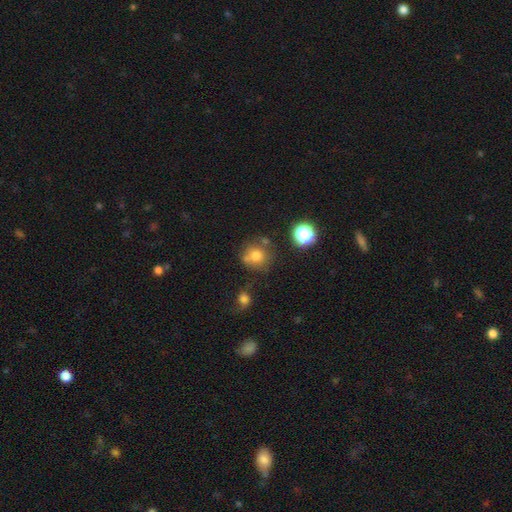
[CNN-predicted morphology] A smooth galaxy with no disk features (74%) that is round (88%). Merging: none (64%).